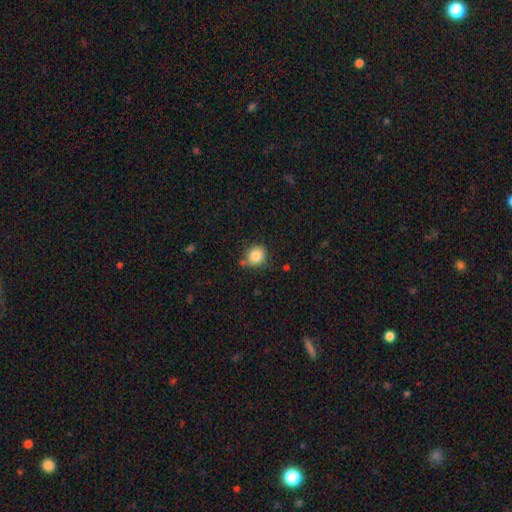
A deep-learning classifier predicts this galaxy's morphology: This appears to be a smooth galaxy with no disk features (84%) that is round (77%). Merging: none (70%).